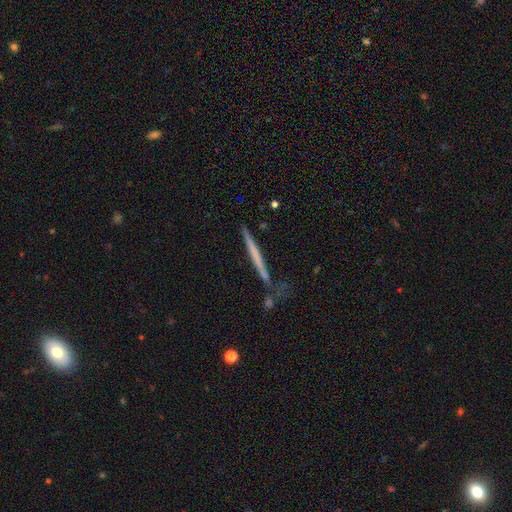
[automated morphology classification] A featured or disk galaxy (47%).

Vote fractions:
- Smooth or featured? featured or disk: 47% / smooth: 46% / star or artifact: 7%
- Merging? none: 74% / minor disturbance: 14% / merger: 8% / major disturbance: 4%